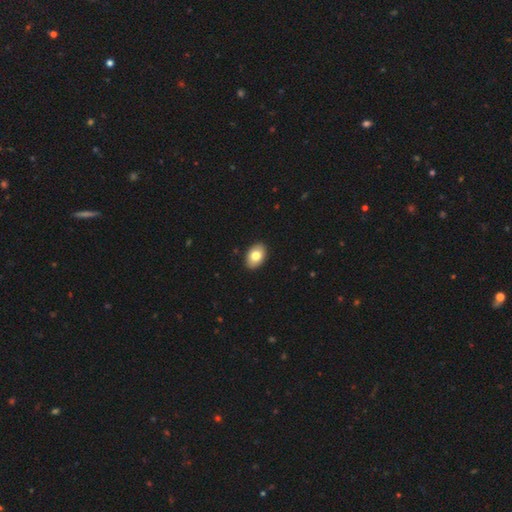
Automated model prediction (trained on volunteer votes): Smooth or featured? Predicted: smooth (p=0.80). How rounded? Predicted: in between (p=0.89). Merging? Predicted: none (p=0.91).